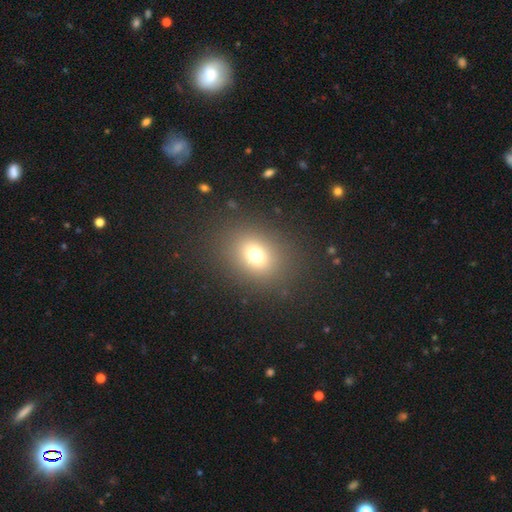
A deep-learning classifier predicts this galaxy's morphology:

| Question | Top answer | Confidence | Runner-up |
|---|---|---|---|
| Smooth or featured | smooth | 72% | star or artifact (17%) |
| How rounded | in between | 50% | round (49%) |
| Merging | none | 85% | minor disturbance (8%) |